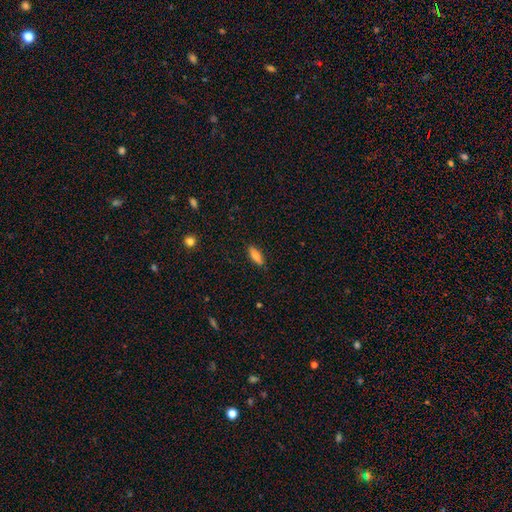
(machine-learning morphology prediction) Smooth or featured? Predicted: smooth (p=0.79). How rounded? Predicted: in between (p=0.64). Merging? Predicted: none (p=0.88).